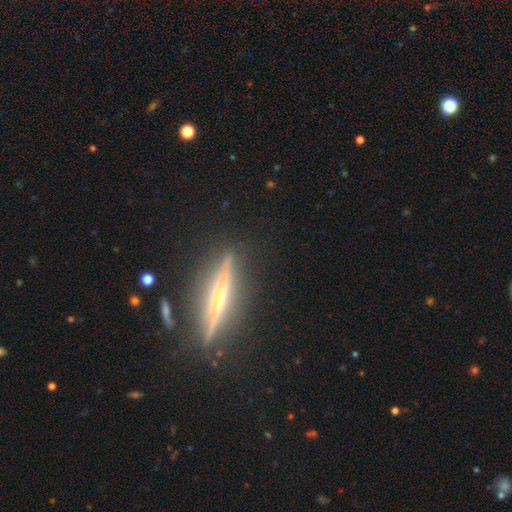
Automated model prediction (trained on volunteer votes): A featured or disk galaxy (75%) viewed edge-on (96%) with a rounded central bulge (70%).

Vote fractions:
- Smooth or featured? featured or disk: 75% / smooth: 18% / star or artifact: 7%
- Edge-on disk? yes: 96% / no: 4%
- Edge-on bulge? rounded: 70% / none: 22% / boxy: 8%
- Merging? none: 85% / minor disturbance: 10% / major disturbance: 3% / merger: 2%